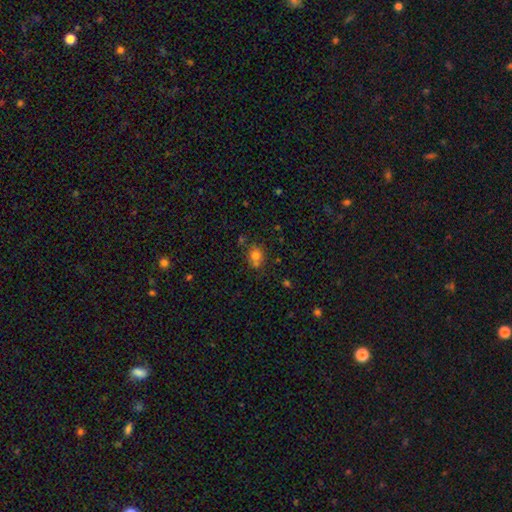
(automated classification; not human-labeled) A smooth galaxy with no disk features (75%) that is round (73%). Merging: none (58%).